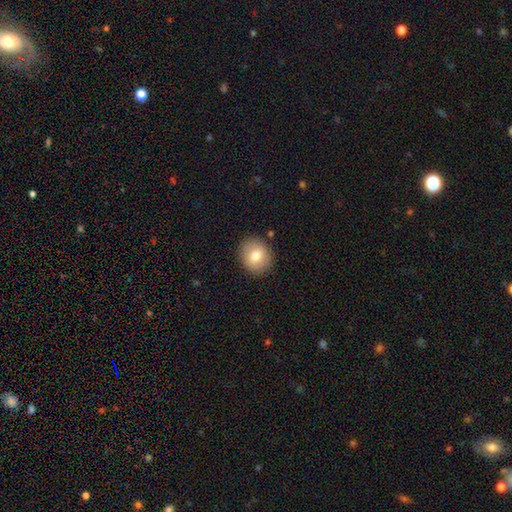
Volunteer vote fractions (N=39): Overall: smooth (74%). How rounded: round (62%; in between 38%). Merging: none (82%).